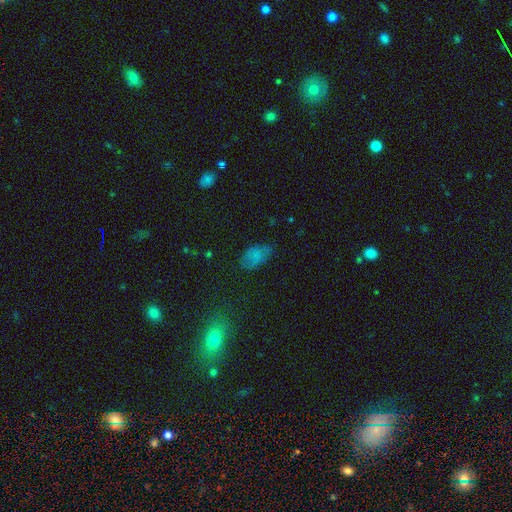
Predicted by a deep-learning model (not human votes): smooth-or-featured: smooth: 71% | star or artifact: 17% | featured or disk: 13%
  how-rounded: in between: 93% | round: 5% | cigar-shaped: 2%
  merging: none: 60% | minor disturbance: 27% | major disturbance: 10% | merger: 2%